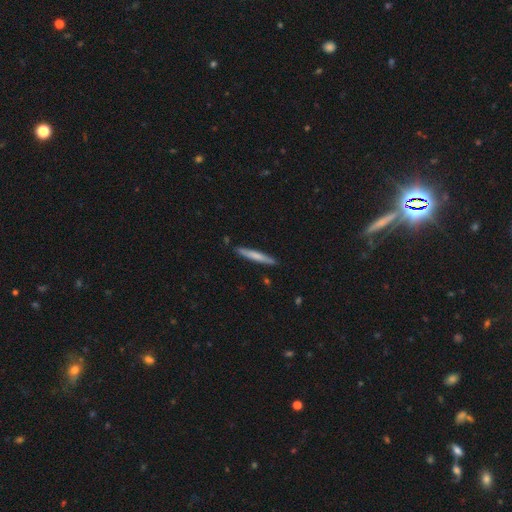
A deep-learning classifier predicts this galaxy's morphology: smooth-or-featured: smooth: 63% | featured or disk: 31% | star or artifact: 5%
  how-rounded: cigar-shaped: 95% | in between: 3% | round: 1%
  merging: none: 87% | minor disturbance: 9% | merger: 2% | major disturbance: 2%